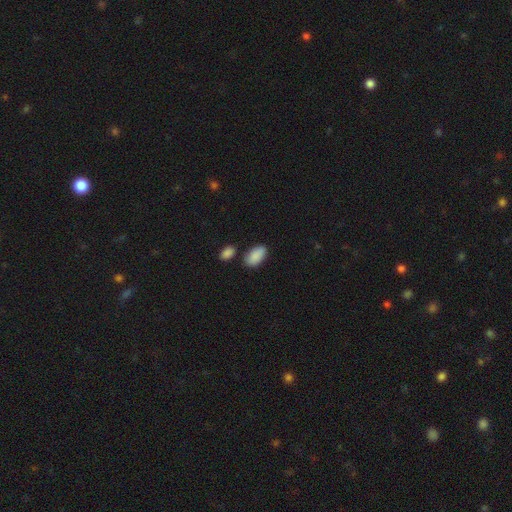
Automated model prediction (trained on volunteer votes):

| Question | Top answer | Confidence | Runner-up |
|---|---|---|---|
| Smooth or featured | smooth | 90% | star or artifact (6%) |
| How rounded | in between | 95% | round (3%) |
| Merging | none | 77% | minor disturbance (13%) |